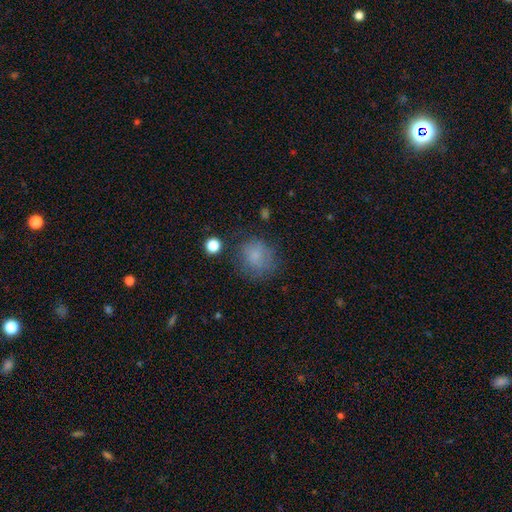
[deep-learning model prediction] smooth_or_featured: smooth (p=0.74) [alt: featured or disk p=0.13]
how_rounded: round (p=0.79) [alt: in between p=0.20]
merging: none (p=0.66) [alt: minor disturbance p=0.21]